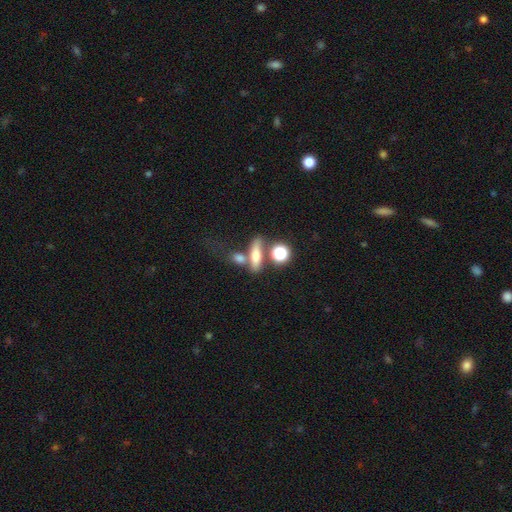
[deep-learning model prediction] This appears to be a smooth galaxy with no disk features (63%) that is in between round and cigar-shaped (44%). Merging: none (49%).